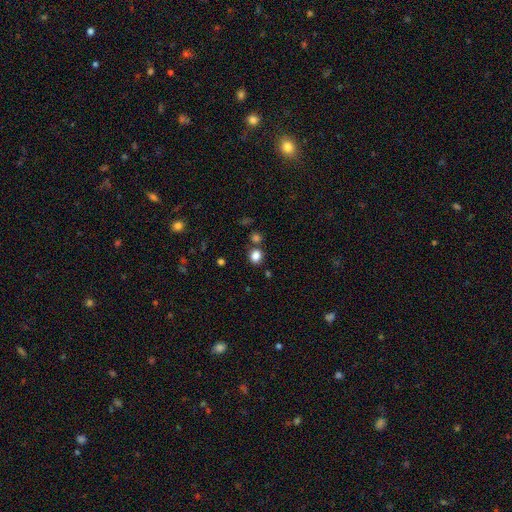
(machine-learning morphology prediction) A smooth galaxy with no disk features (83%) that is round (75%). Merging: none (76%).